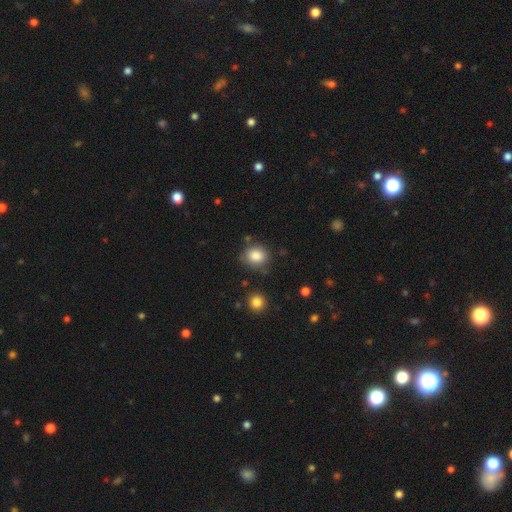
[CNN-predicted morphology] Smooth or featured? Predicted: smooth (p=0.85). How rounded? Predicted: round (p=0.74). Merging? Predicted: none (p=0.78).